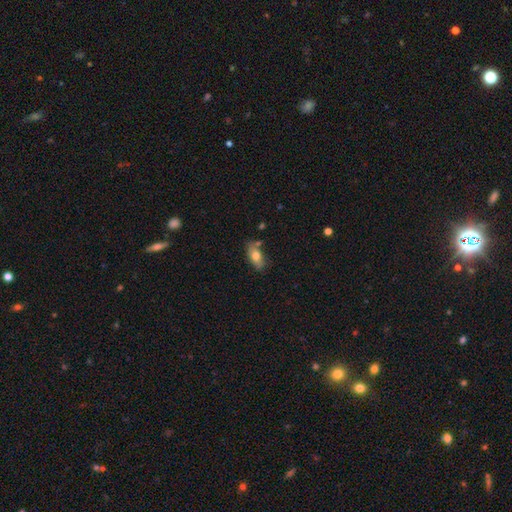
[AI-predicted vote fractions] The model was most divided on "smooth or featured": smooth: 71%, featured or disk: 22%, star or artifact: 7%. More confident: how rounded — in between (85%); merging — none (69%).